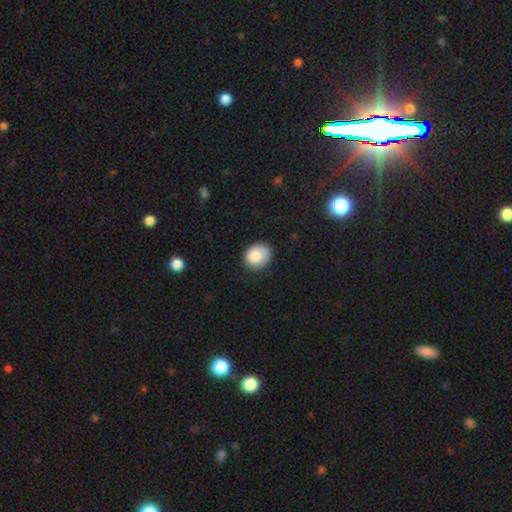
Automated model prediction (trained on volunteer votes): smooth 84%, featured or disk 8%, star or artifact 8%. Down the decision tree: how rounded — round (61%); merging — none (78%).